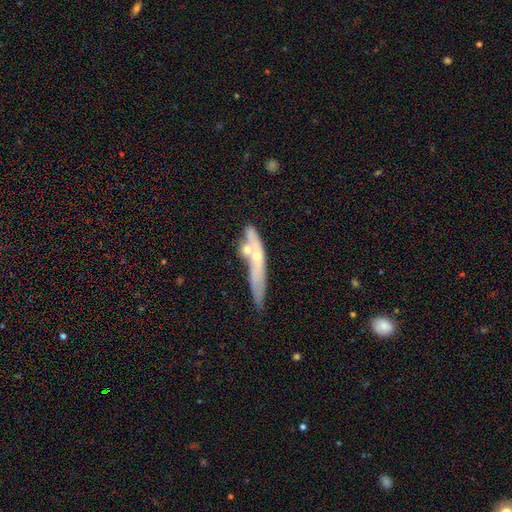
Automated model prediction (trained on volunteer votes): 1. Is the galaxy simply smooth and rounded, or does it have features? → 50% featured or disk, 43% smooth, 7% star or artifact.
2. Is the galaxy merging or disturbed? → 50% none, 22% merger, 20% minor disturbance, 8% major disturbance.